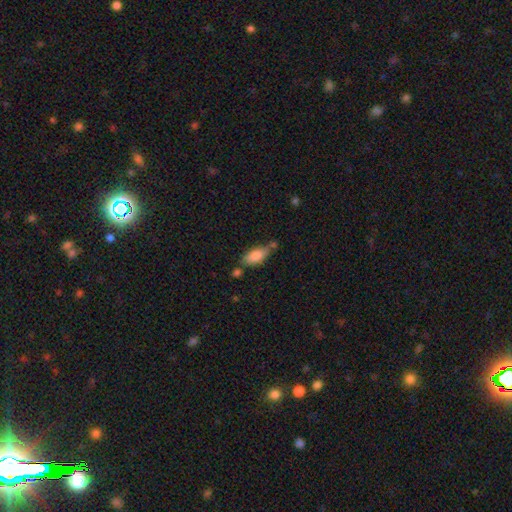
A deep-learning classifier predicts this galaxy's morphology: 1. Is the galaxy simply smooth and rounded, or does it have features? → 81% smooth, 12% featured or disk, 7% star or artifact.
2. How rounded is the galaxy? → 83% in between, 15% cigar-shaped, 3% round.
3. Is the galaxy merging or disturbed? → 54% none, 23% minor disturbance, 17% merger, 6% major disturbance.